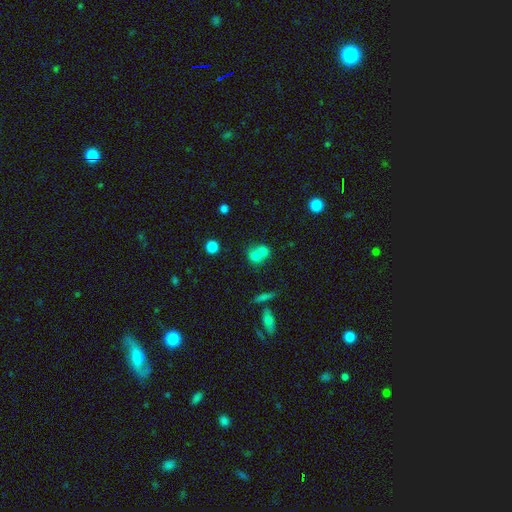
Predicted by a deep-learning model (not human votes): Overall: smooth (71%). How rounded: round (71%). Merging: merger (61%; none 29%).